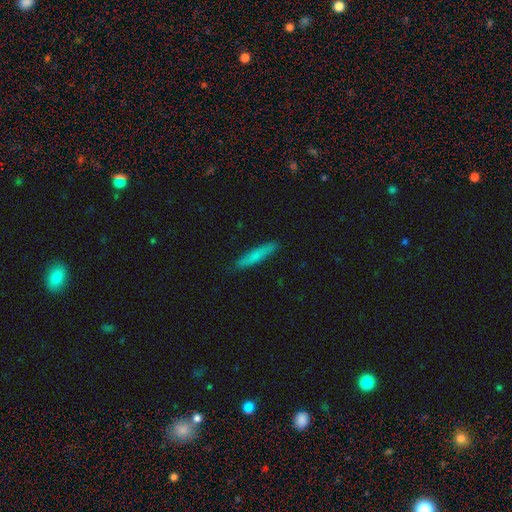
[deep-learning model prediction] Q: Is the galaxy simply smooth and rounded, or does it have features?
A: smooth — 73%.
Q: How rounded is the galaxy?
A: cigar-shaped — 89%.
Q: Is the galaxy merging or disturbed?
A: none — 89%.